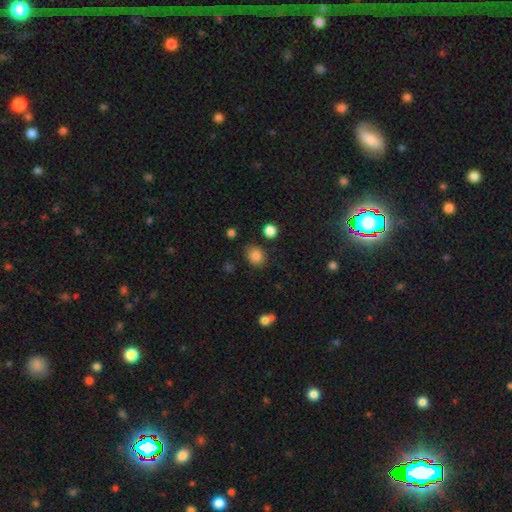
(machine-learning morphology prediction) Q: Smooth or featured?
A: smooth (84%); runner-up: star or artifact (11%)
Q: How rounded?
A: round (72%); runner-up: in between (27%)
Q: Merging?
A: none (81%); runner-up: minor disturbance (12%)